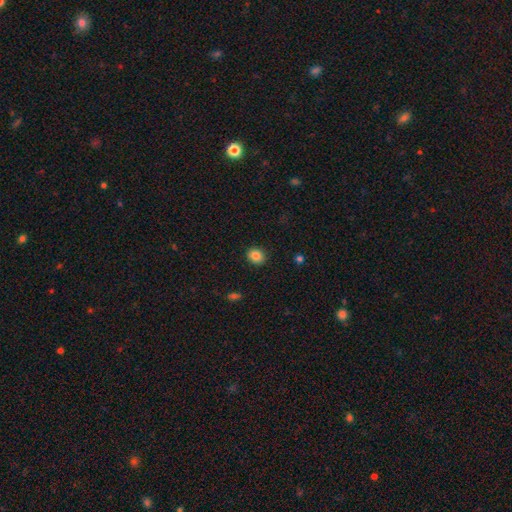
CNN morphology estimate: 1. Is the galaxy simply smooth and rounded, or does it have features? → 85% smooth, 10% star or artifact, 5% featured or disk.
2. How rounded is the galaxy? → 68% round, 31% in between, 1% cigar-shaped.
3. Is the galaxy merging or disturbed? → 90% none, 7% minor disturbance, 2% major disturbance, 1% merger.